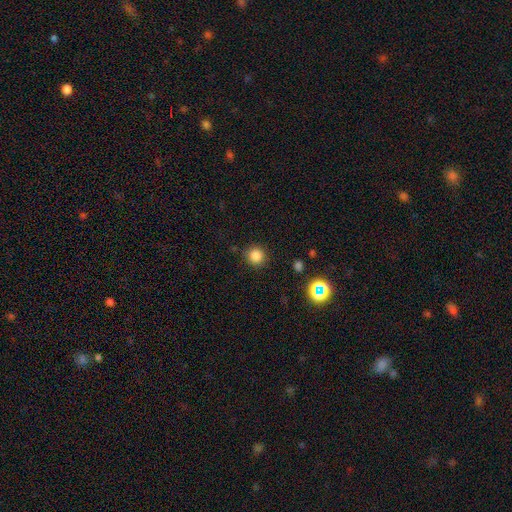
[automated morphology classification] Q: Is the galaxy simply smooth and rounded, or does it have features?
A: smooth — 83%.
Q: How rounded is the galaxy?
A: round — 93%.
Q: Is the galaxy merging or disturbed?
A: none — 87%.